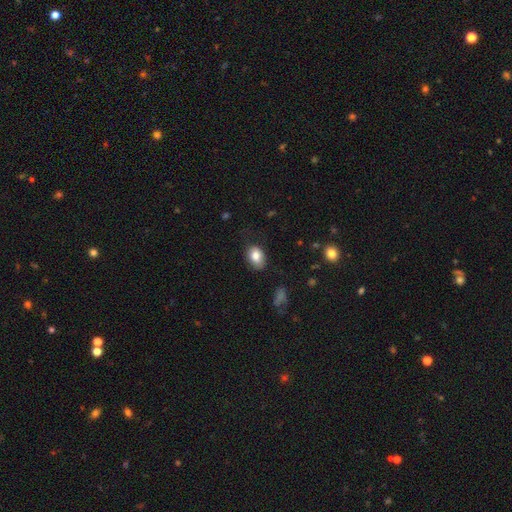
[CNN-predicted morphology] Smooth or featured: smooth — 83% (featured or disk — 9%)
How rounded: in between — 78% (round — 21%)
Merging: none — 70% (minor disturbance — 22%)